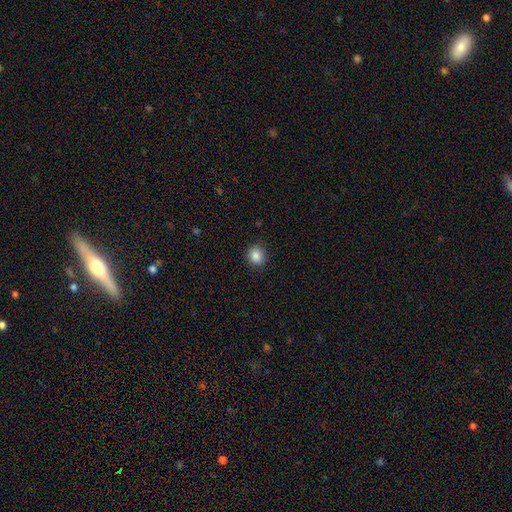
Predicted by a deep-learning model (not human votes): This is clearly a smooth galaxy (86%). How rounded: clearly round (82%). Merging: clearly none (90%).